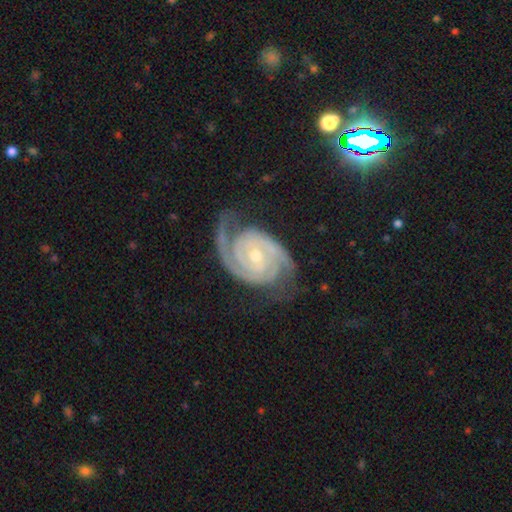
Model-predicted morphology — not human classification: type=featured or disk (92%); edge-on=no (98%); bar=no (63%); spiral arms=yes (99%); winding=tight (73%); arm count=2 (74%); bulge=small (51%); merging=none (74%).